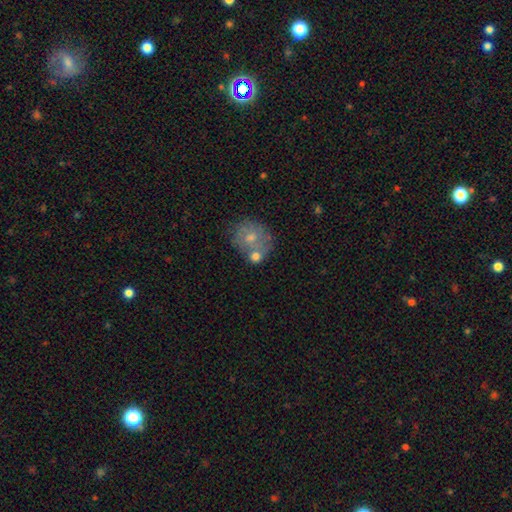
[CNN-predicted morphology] Overall: smooth (62%; featured or disk 29%). How rounded: round (73%). Merging: none (44%; merger 33%).